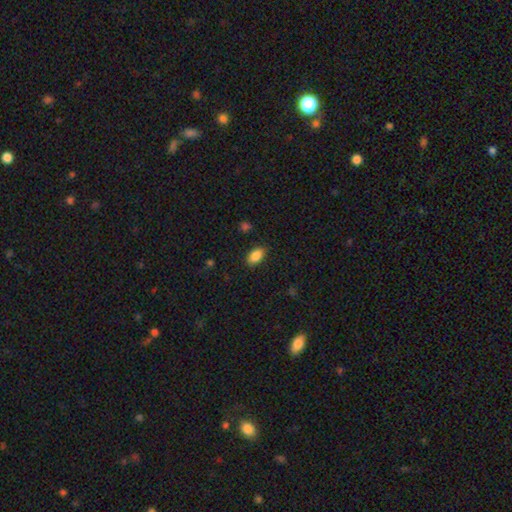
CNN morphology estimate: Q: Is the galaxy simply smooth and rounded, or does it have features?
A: smooth — 87%.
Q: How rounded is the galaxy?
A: in between — 92%.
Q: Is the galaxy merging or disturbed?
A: none — 85%.